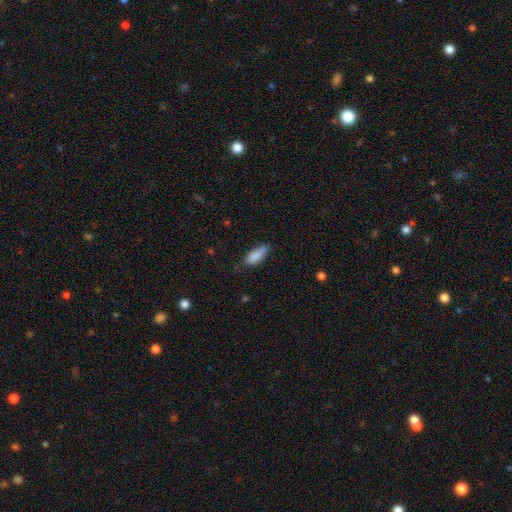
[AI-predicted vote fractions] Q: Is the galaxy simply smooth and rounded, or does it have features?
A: smooth — 86%.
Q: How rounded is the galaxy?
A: in between — 73%.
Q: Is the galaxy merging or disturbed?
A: none — 66%.